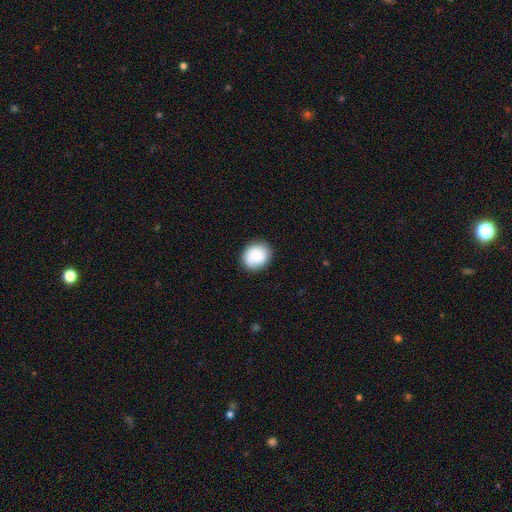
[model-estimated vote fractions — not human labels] smooth-or-featured: smooth: 85% | featured or disk: 8% | star or artifact: 7%
  how-rounded: round: 68% | in between: 31% | cigar-shaped: 1%
  merging: none: 86% | minor disturbance: 11% | major disturbance: 3% | merger: 1%